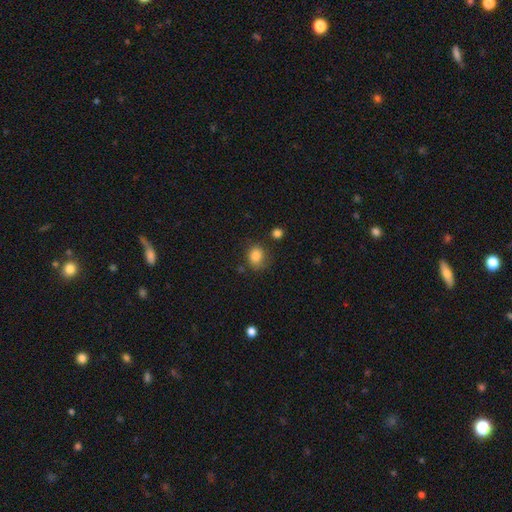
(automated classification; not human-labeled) Smooth or featured?
  - smooth: 85% *
  - star or artifact: 10%
  - featured or disk: 5%
How rounded?
  - round: 59% *
  - in between: 40%
  - cigar-shaped: 1%
Merging?
  - none: 66% *
  - minor disturbance: 22%
  - major disturbance: 8%
  - merger: 4%